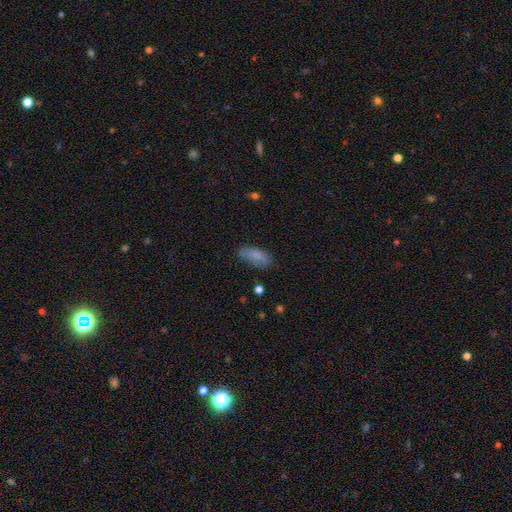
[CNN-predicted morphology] type=smooth (80%); roundness=in between (81%); merging=none (63%).